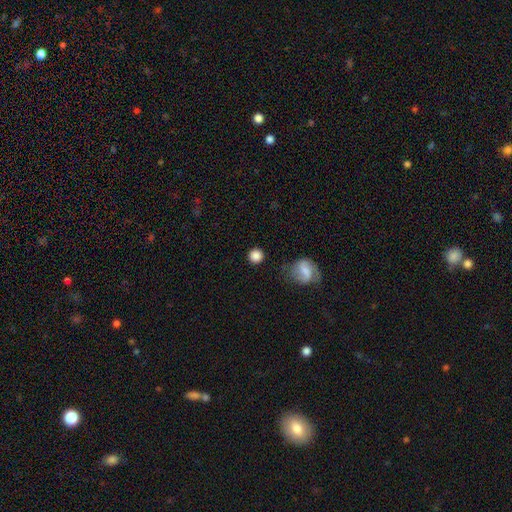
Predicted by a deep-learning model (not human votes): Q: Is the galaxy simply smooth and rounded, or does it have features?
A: smooth — 84%.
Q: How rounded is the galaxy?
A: round — 93%.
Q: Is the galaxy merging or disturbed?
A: none — 83%.